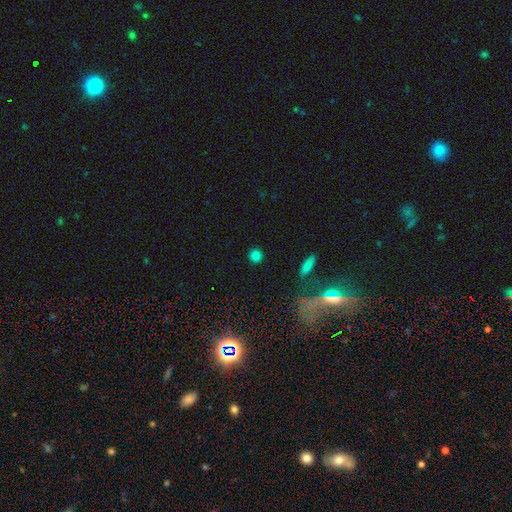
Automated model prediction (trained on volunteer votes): The model was most divided on "smooth or featured": smooth: 82%, star or artifact: 13%, featured or disk: 5%. More confident: how rounded — round (92%); merging — none (90%).